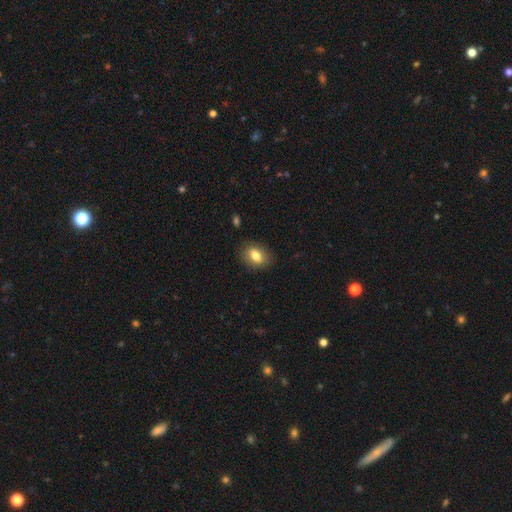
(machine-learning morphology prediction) This is likely a smooth galaxy (79%). How rounded: likely in between (77%). Merging: clearly none (85%).